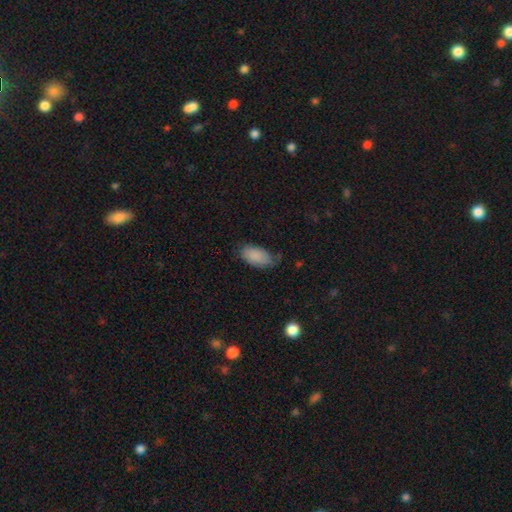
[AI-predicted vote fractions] A smooth galaxy with no disk features (87%) that is in between round and cigar-shaped (95%). Merging: none (61%).